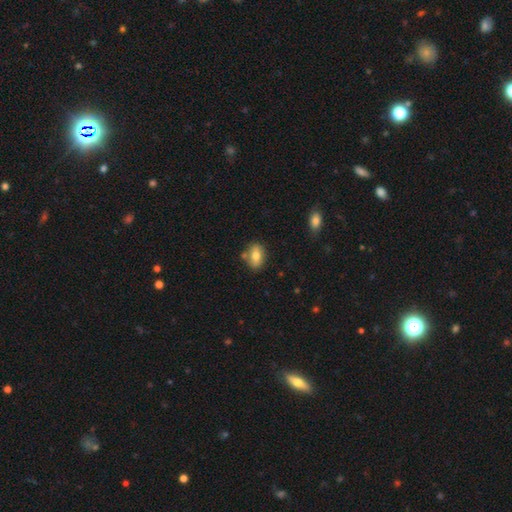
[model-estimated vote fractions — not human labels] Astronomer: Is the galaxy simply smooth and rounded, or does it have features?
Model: smooth — 76%.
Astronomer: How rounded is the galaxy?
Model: in between — 82%.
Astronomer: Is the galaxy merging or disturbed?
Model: none — 74%.